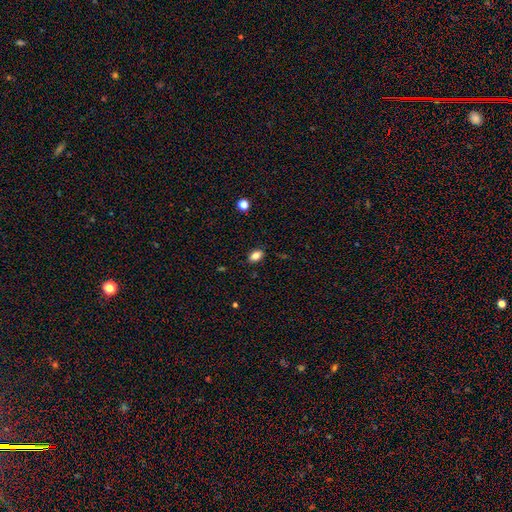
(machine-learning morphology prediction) Smooth or featured: smooth — 82% (star or artifact — 10%)
How rounded: in between — 84% (round — 13%)
Merging: none — 86% (minor disturbance — 11%)